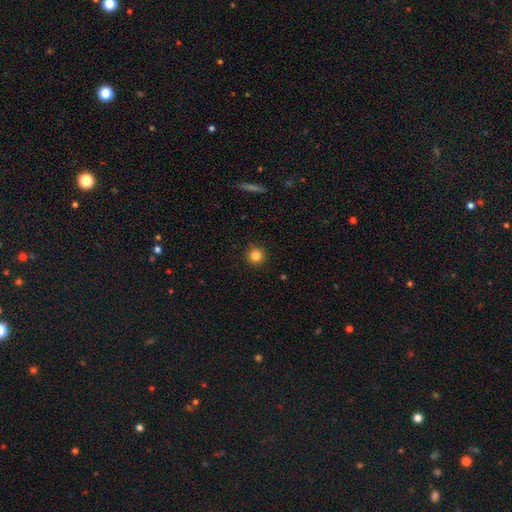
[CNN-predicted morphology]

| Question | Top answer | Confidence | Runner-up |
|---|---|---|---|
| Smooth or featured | smooth | 83% | star or artifact (12%) |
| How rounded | round | 95% | in between (4%) |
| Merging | none | 92% | minor disturbance (5%) |